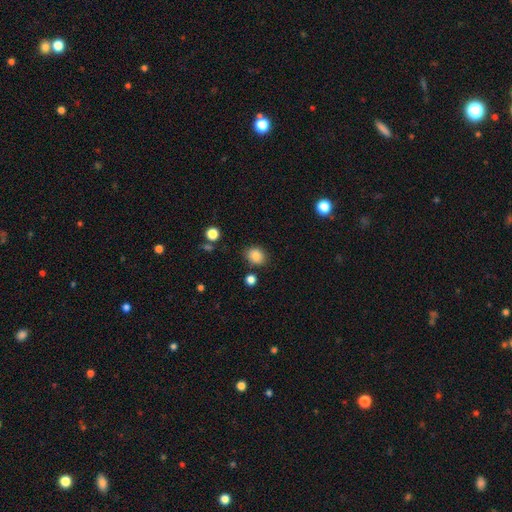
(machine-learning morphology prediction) A smooth galaxy with no disk features (86%) that is round (58%). Merging: none (82%).